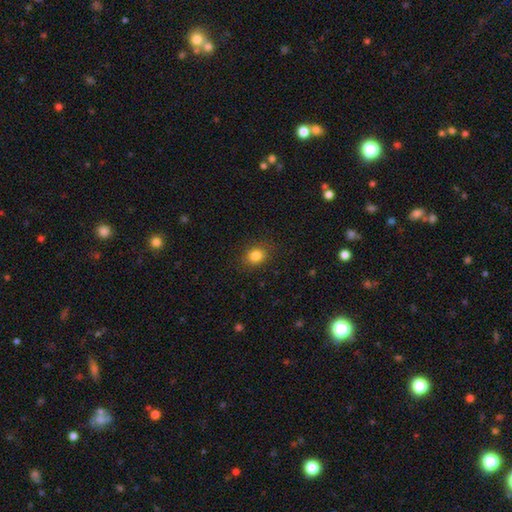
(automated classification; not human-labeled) This appears to be a smooth galaxy with no disk features (84%) that is round (63%). Merging: none (87%).